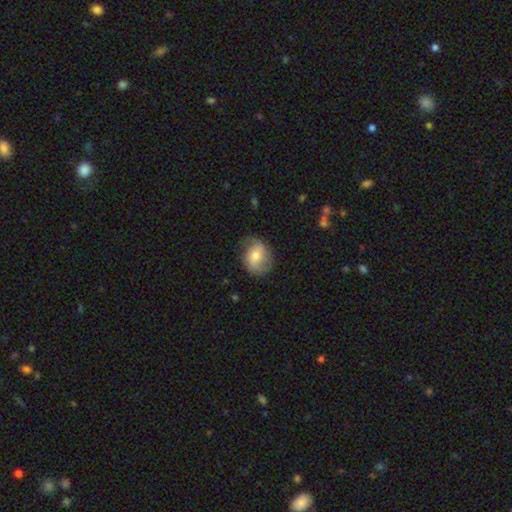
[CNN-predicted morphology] Smooth or featured? smooth (51%)
How rounded? round (53%)
Merging? none (66%)